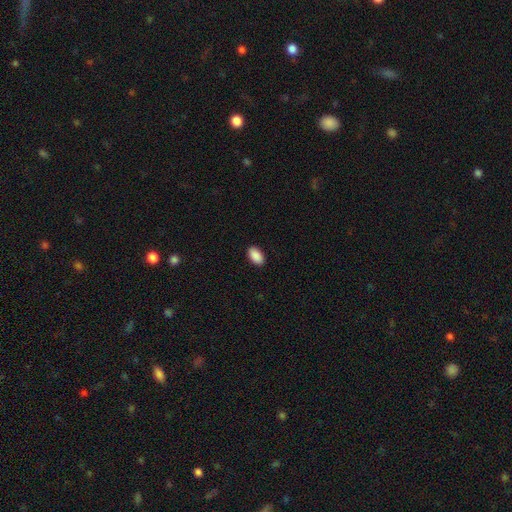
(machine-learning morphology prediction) Smooth or featured?
  - smooth: 91% *
  - star or artifact: 7%
  - featured or disk: 3%
How rounded?
  - in between: 95% *
  - round: 4%
  - cigar-shaped: 1%
Merging?
  - none: 90% *
  - minor disturbance: 7%
  - major disturbance: 2%
  - merger: 1%